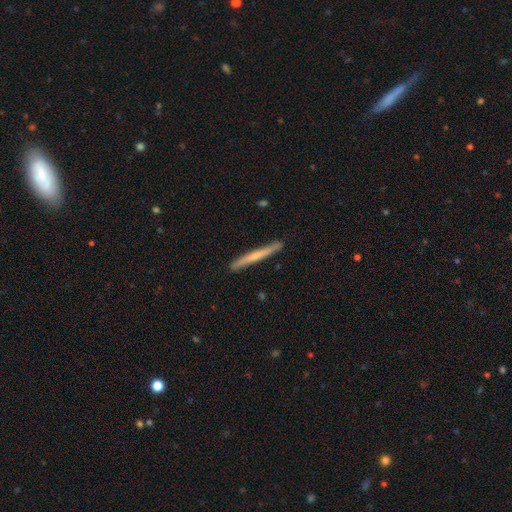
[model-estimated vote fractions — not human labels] The model was most divided on "smooth or featured": smooth: 51%, featured or disk: 44%, star or artifact: 5%. More confident: how rounded — cigar-shaped (97%); merging — none (89%).